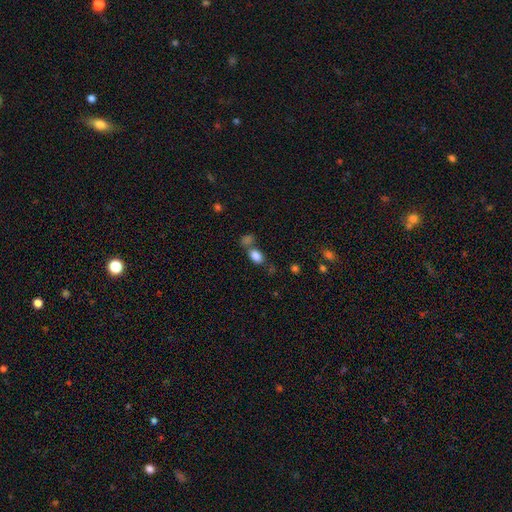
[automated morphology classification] Smooth or featured: smooth — 84% (star or artifact — 10%)
How rounded: in between — 84% (round — 14%)
Merging: none — 53% (merger — 29%)